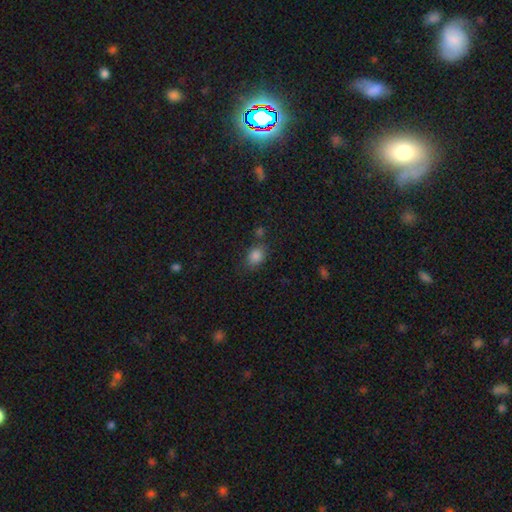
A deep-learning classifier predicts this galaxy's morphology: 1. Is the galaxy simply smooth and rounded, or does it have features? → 84% smooth, 11% star or artifact, 5% featured or disk.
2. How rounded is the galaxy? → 66% in between, 32% round, 1% cigar-shaped.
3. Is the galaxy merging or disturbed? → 68% none, 18% minor disturbance, 8% merger, 5% major disturbance.